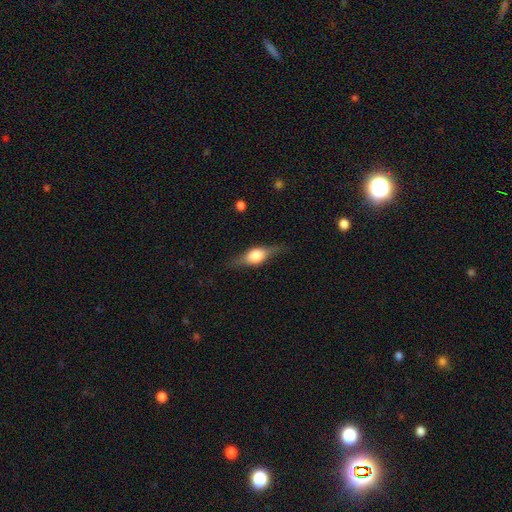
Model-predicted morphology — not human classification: Q: Smooth or featured?
A: featured or disk (55%); runner-up: smooth (38%)
Q: Edge-on disk?
A: yes (92%); runner-up: no (8%)
Q: Edge-on bulge?
A: rounded (91%); runner-up: boxy (7%)
Q: Merging?
A: none (78%); runner-up: minor disturbance (15%)